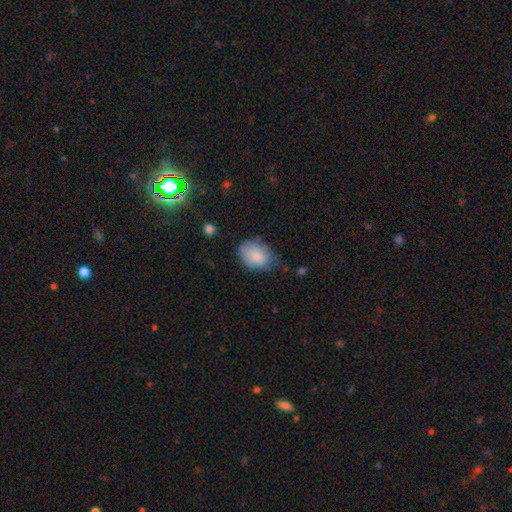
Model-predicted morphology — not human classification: Smooth or featured? Predicted: smooth (p=0.82). How rounded? Predicted: in between (p=0.78). Merging? Predicted: none (p=0.58).